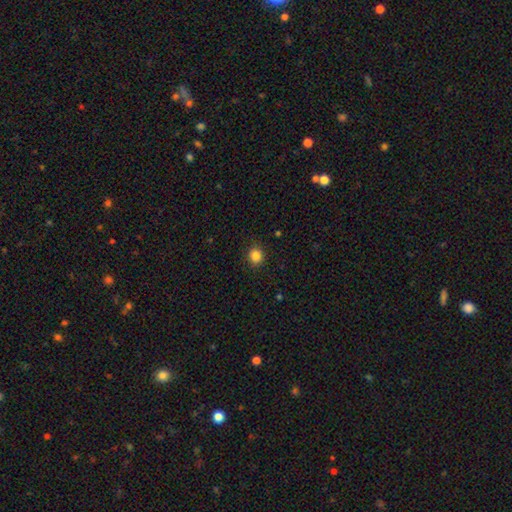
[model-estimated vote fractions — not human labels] Smooth or featured? Predicted: smooth (p=0.84). How rounded? Predicted: round (p=0.84). Merging? Predicted: none (p=0.90).